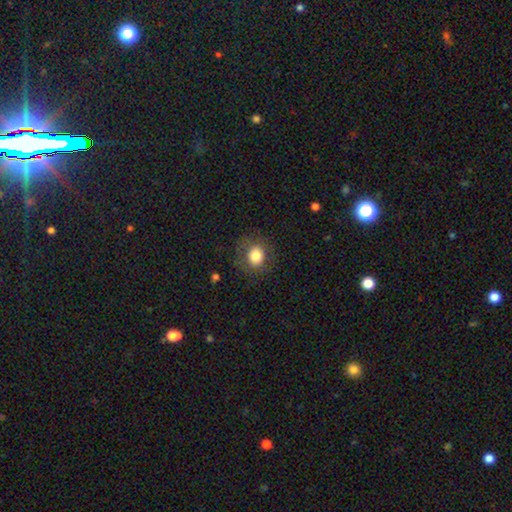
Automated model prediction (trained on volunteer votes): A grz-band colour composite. It shows a smooth galaxy with no disk features (80%) that is round (73%). Merging: none (80%).